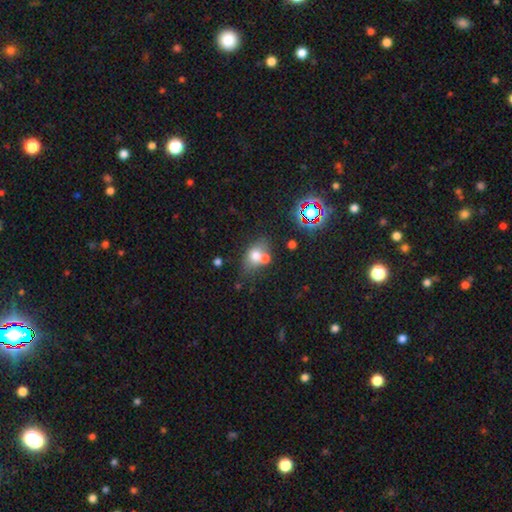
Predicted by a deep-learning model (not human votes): Smooth or featured?
  - smooth: 68% *
  - featured or disk: 18%
  - star or artifact: 14%
How rounded?
  - in between: 65% *
  - round: 33%
  - cigar-shaped: 2%
Merging?
  - none: 47% *
  - merger: 34%
  - minor disturbance: 13%
  - major disturbance: 5%